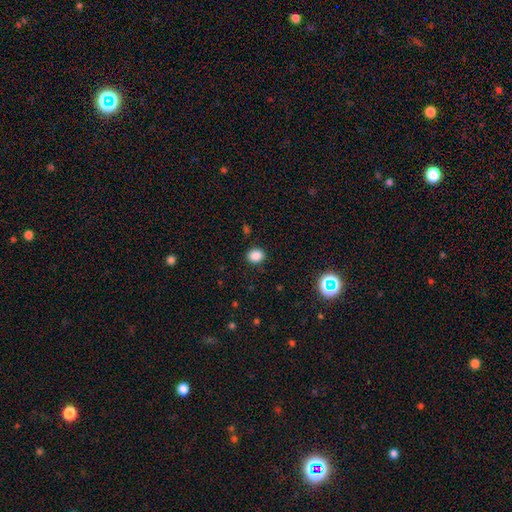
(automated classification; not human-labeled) Smooth or featured?
  - smooth: 85% *
  - star or artifact: 11%
  - featured or disk: 3%
How rounded?
  - round: 64% *
  - in between: 35%
  - cigar-shaped: 1%
Merging?
  - none: 89% *
  - minor disturbance: 7%
  - major disturbance: 2%
  - merger: 1%